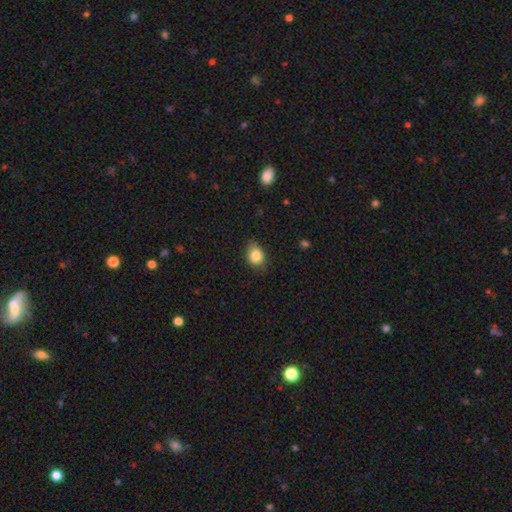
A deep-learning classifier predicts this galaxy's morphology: This is clearly a smooth galaxy (83%). How rounded: likely in between (62%). Merging: likely none (71%).